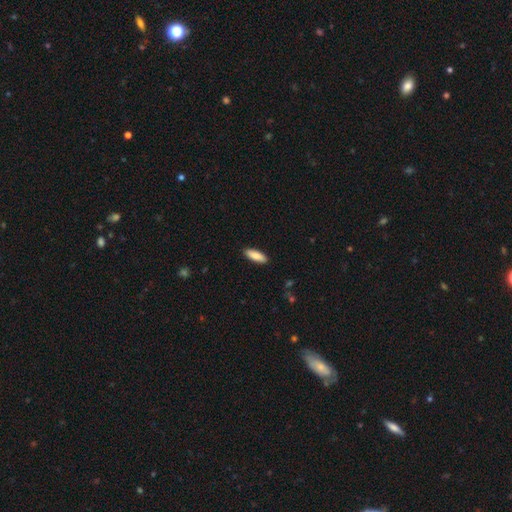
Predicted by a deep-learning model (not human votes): Smooth or featured? Predicted: smooth (p=0.87). How rounded? Predicted: in between (p=0.61). Merging? Predicted: none (p=0.90).